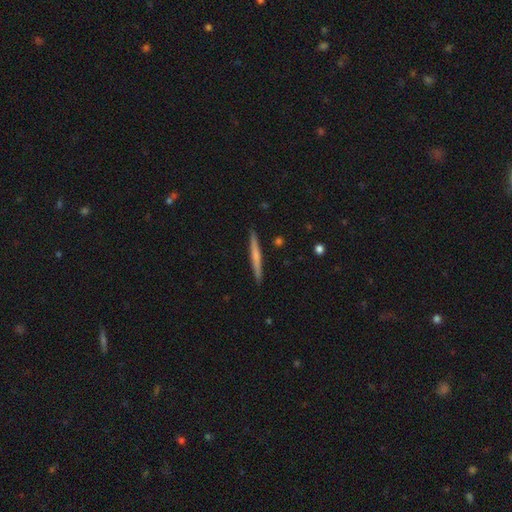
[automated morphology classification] smooth 53%, featured or disk 42%, star or artifact 5%. Down the decision tree: how rounded — cigar-shaped (97%); merging — none (91%).